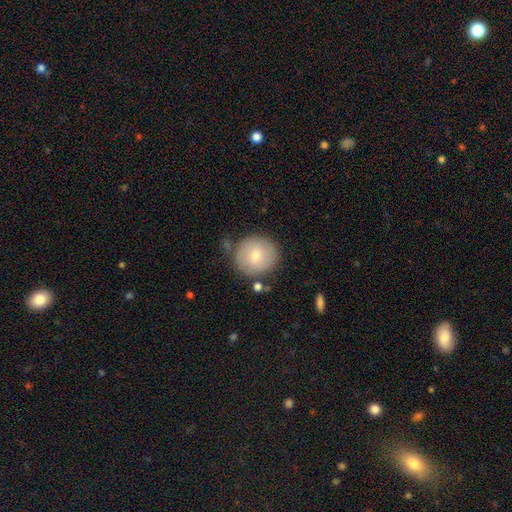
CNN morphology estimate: smooth-or-featured: smooth: 72% | featured or disk: 21% | star or artifact: 7%
  how-rounded: round: 92% | in between: 7% | cigar-shaped: 1%
  merging: none: 78% | minor disturbance: 13% | merger: 5% | major disturbance: 4%